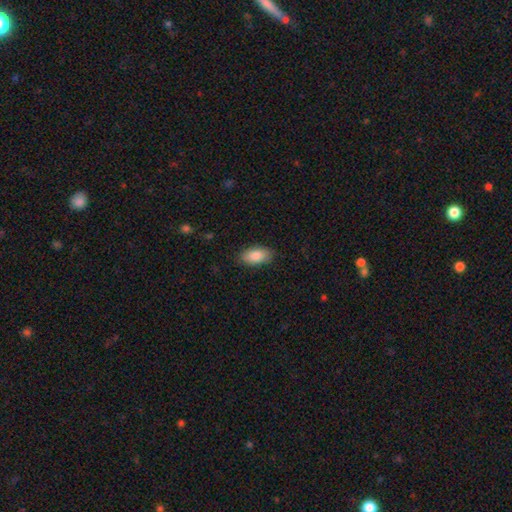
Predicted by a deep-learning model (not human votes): Overall: smooth (87%). How rounded: in between (94%). Merging: none (86%).